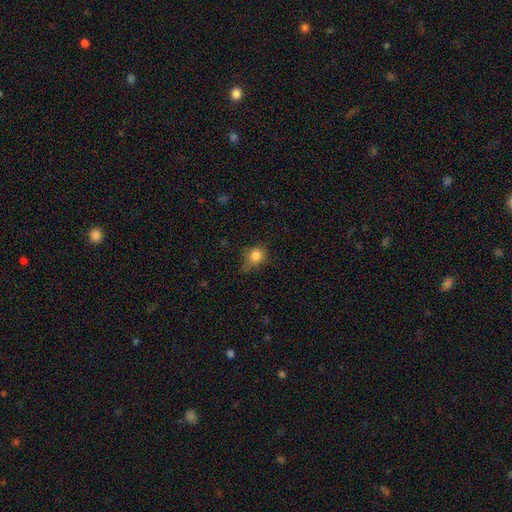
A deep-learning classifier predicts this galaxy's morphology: Overall: smooth (81%). How rounded: round (68%; in between 31%). Merging: none (53%; minor disturbance 33%).